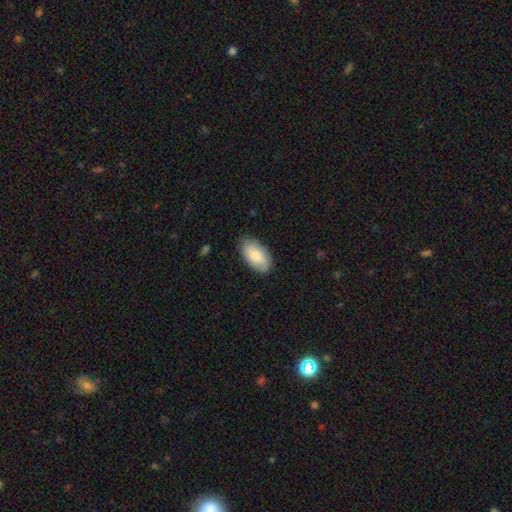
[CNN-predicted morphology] Smooth or featured: smooth — 77% (featured or disk — 17%)
How rounded: in between — 95% (round — 3%)
Merging: none — 82% (minor disturbance — 14%)